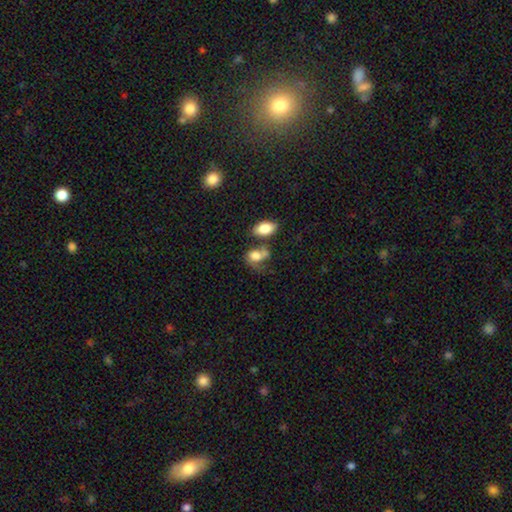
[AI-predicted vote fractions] smooth_or_featured: smooth (p=0.72) [alt: featured or disk p=0.19]
how_rounded: in between (p=0.71) [alt: round p=0.27]
merging: merger (p=0.38) [alt: none p=0.28]